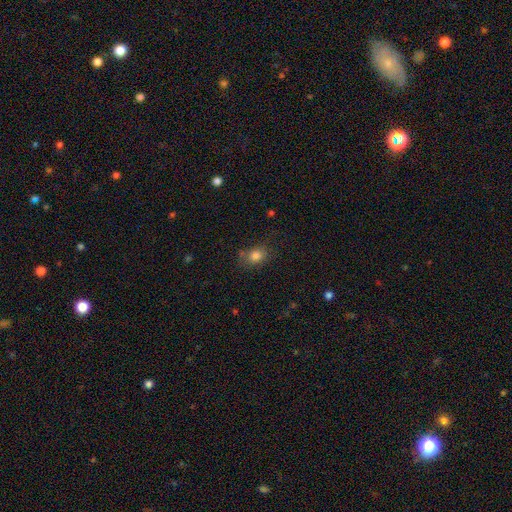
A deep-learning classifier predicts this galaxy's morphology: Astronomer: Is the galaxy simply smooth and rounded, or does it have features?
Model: smooth — 81%.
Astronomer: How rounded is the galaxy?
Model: in between — 55% (runner-up: round, 44%).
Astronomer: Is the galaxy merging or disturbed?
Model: none — 68%.